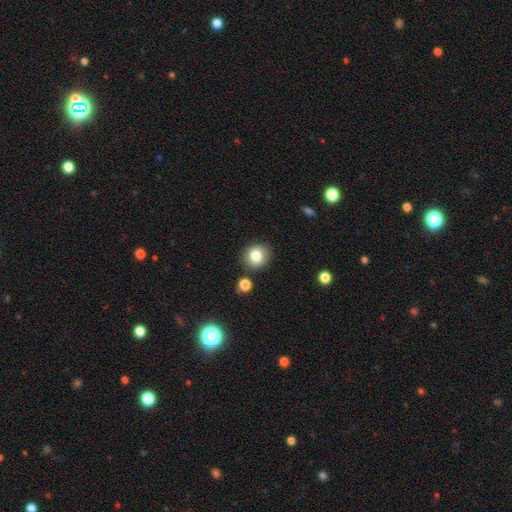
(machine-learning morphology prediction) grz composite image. It shows a smooth galaxy with no disk features (80%) that is round (78%). Merging: none (84%).